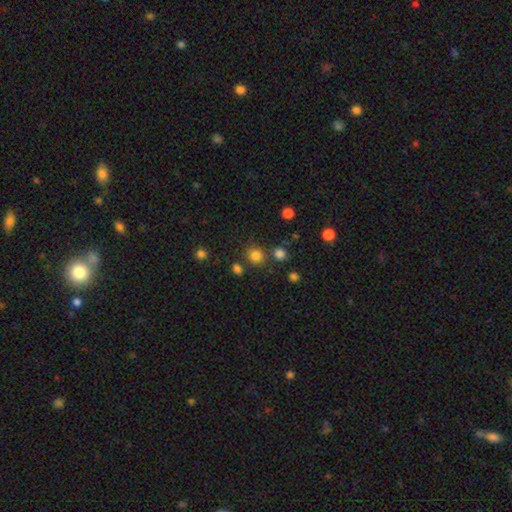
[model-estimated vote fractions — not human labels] A smooth galaxy with no disk features (80%) that is round (85%).

Vote fractions:
- Smooth or featured? smooth: 80% / star or artifact: 15% / featured or disk: 4%
- How rounded? round: 85% / in between: 14% / cigar-shaped: 1%
- Merging? none: 78% / merger: 10% / minor disturbance: 9% / major disturbance: 4%